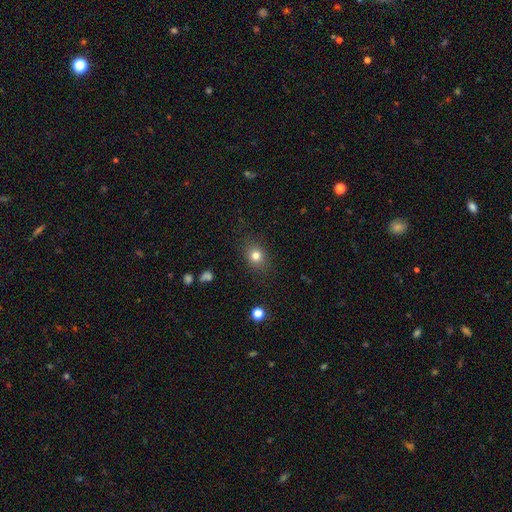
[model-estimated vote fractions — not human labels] This is likely a smooth galaxy (79%). How rounded: possibly round (59%). Merging: clearly none (85%).